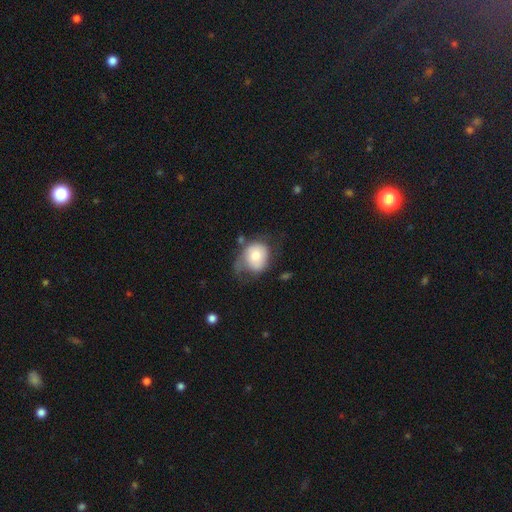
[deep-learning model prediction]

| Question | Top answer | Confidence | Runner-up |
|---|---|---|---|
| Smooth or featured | smooth | 69% | featured or disk (23%) |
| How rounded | round | 62% | in between (37%) |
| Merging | minor disturbance | 34% | none (32%) |